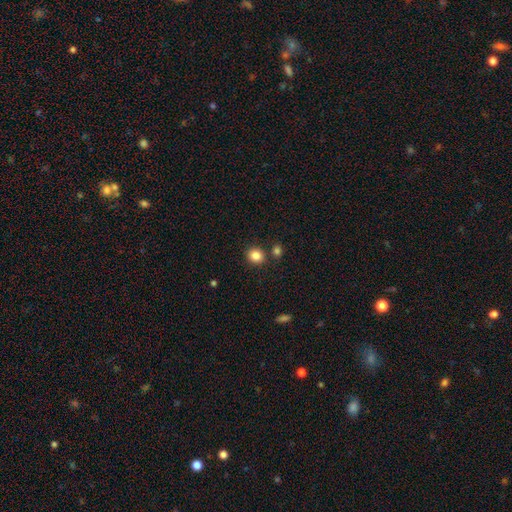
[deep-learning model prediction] Smooth or featured?
  - smooth: 85% *
  - star or artifact: 11%
  - featured or disk: 5%
How rounded?
  - round: 73% *
  - in between: 26%
  - cigar-shaped: 1%
Merging?
  - none: 82% *
  - minor disturbance: 8%
  - merger: 7%
  - major disturbance: 3%